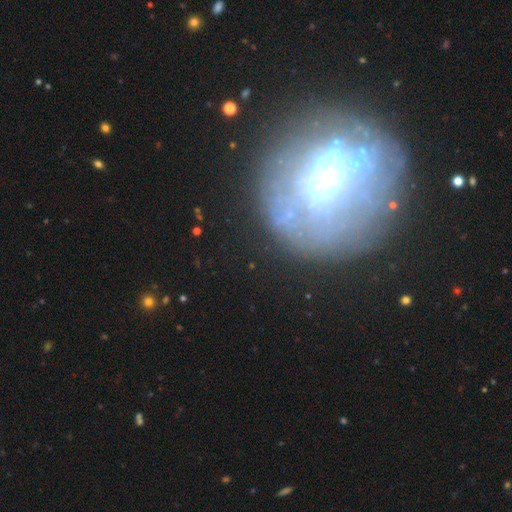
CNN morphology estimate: smooth_or_featured: featured or disk (p=0.55) [alt: smooth p=0.25]
disk_edge_on: no (p=0.82) [alt: yes p=0.18]
merging: none (p=0.68) [alt: minor disturbance p=0.14]